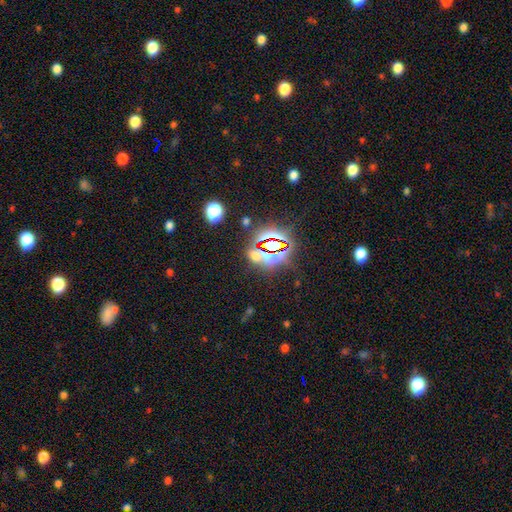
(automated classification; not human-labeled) Smooth or featured? star or artifact (67%)